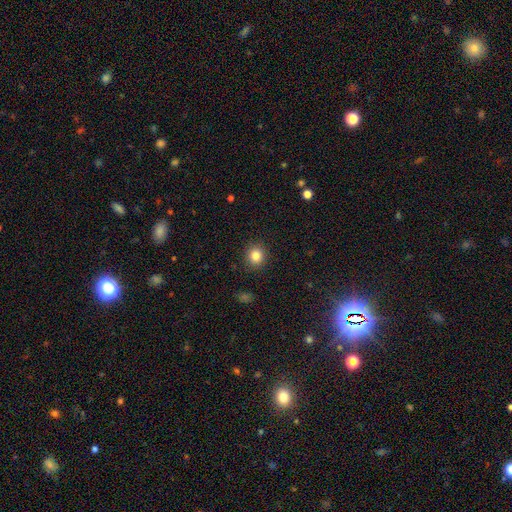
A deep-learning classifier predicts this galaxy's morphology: Smooth or featured? smooth (84%)
How rounded? round (86%)
Merging? none (91%)